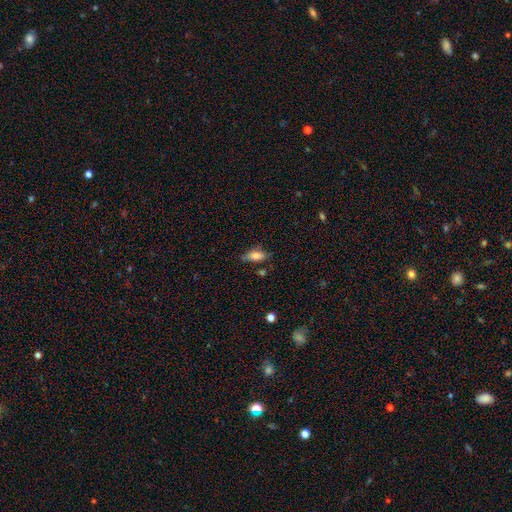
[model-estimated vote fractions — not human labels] The model was most divided on "merging": none: 69%, minor disturbance: 22%, major disturbance: 5%, merger: 4%. More confident: how rounded — in between (78%); smooth or featured — smooth (77%).